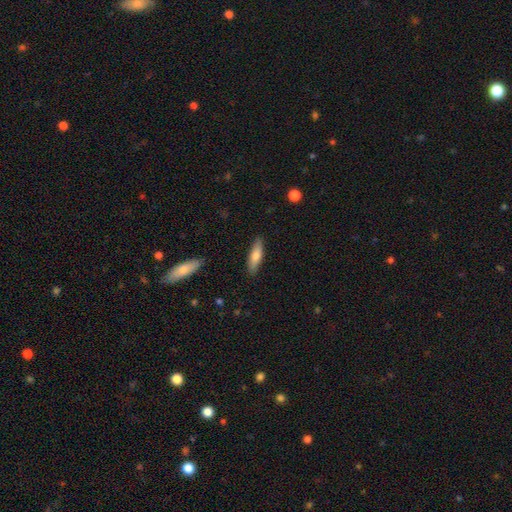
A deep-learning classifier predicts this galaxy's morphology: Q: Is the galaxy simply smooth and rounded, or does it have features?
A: smooth — 73%.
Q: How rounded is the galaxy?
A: cigar-shaped — 58%.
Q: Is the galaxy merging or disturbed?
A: none — 87%.